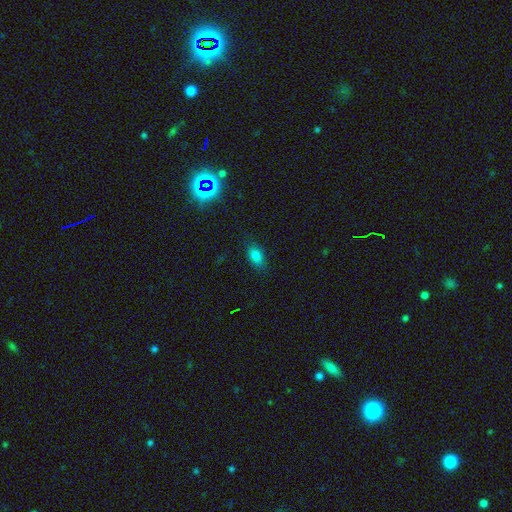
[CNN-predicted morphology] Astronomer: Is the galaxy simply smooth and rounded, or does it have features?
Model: smooth — 77%.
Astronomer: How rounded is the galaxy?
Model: in between — 87%.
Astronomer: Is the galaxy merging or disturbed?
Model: none — 82%.